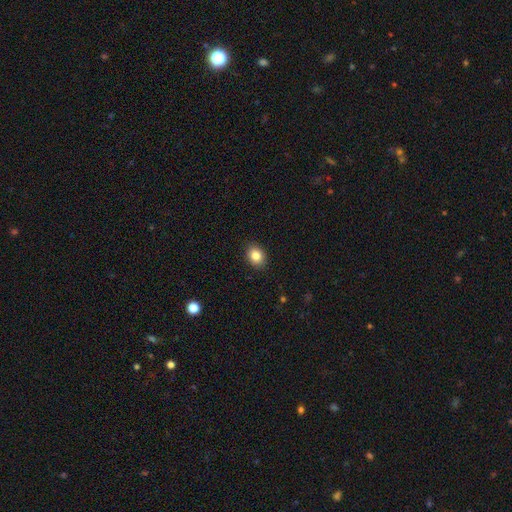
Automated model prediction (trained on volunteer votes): smooth_or_featured: smooth (p=0.84) [alt: star or artifact p=0.09]
how_rounded: in between (p=0.56) [alt: round p=0.43]
merging: none (p=0.90) [alt: minor disturbance p=0.07]